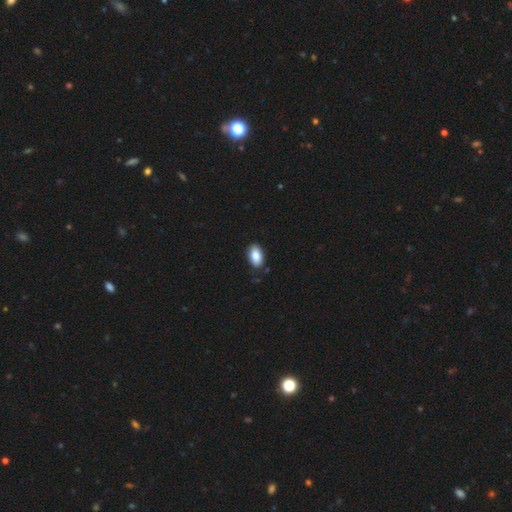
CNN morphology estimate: smooth_or_featured: smooth (p=0.86) [alt: star or artifact p=0.07]
how_rounded: in between (p=0.93) [alt: round p=0.05]
merging: none (p=0.87) [alt: minor disturbance p=0.10]